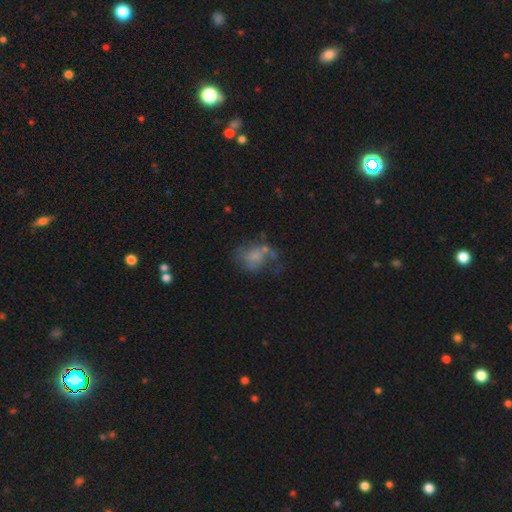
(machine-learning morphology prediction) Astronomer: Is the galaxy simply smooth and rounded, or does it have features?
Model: smooth — 48% (runner-up: featured or disk, 38%).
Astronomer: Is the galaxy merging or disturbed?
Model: major disturbance — 35% (runner-up: none, 31%).